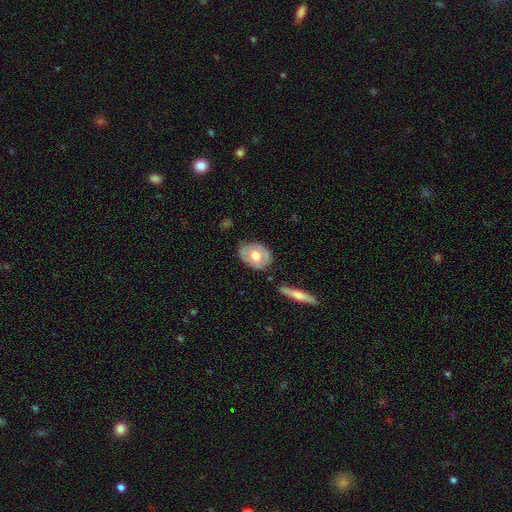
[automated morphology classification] This appears to be a smooth galaxy with no disk features (53%) that is in between round and cigar-shaped (68%). Merging: none (76%).